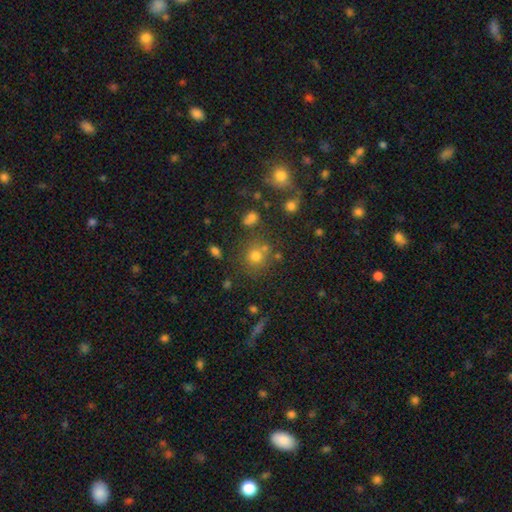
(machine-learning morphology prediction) The model was most divided on "smooth or featured": smooth: 63%, star or artifact: 27%, featured or disk: 10%. More confident: how rounded — round (90%); merging — none (77%).